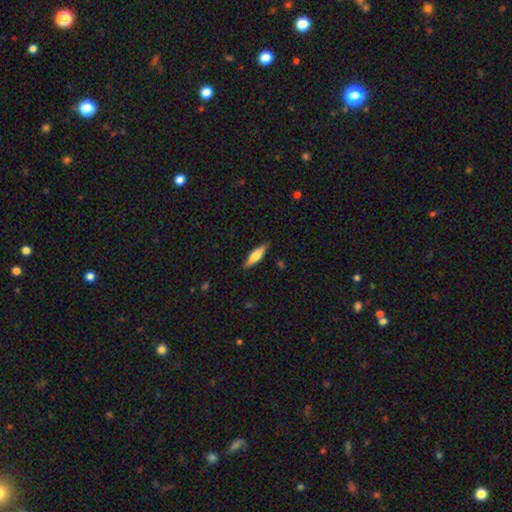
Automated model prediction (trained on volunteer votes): Smooth or featured? smooth (66%)
How rounded? cigar-shaped (61%)
Merging? none (88%)